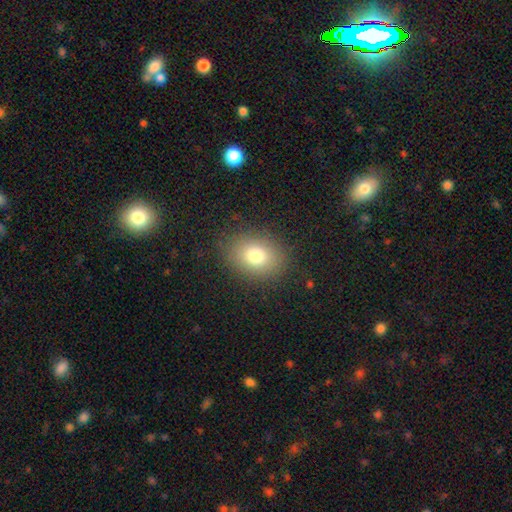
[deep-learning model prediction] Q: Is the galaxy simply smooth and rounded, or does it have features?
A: smooth — 79%.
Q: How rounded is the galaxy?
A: in between — 63%.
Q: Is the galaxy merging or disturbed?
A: none — 86%.